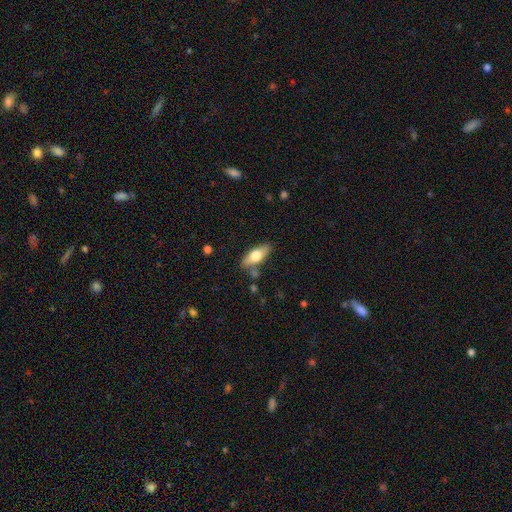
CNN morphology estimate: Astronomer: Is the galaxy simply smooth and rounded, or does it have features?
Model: smooth — 63%.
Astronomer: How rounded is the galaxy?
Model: in between — 71%.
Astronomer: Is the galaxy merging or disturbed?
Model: none — 78%.